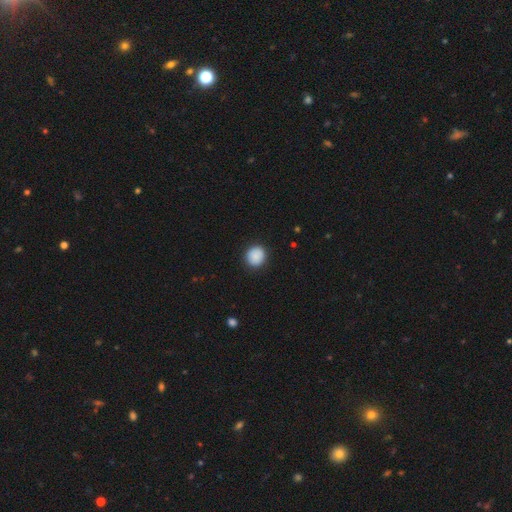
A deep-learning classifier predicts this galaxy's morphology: Smooth or featured? Predicted: smooth (p=0.89). How rounded? Predicted: round (p=0.87). Merging? Predicted: none (p=0.89).